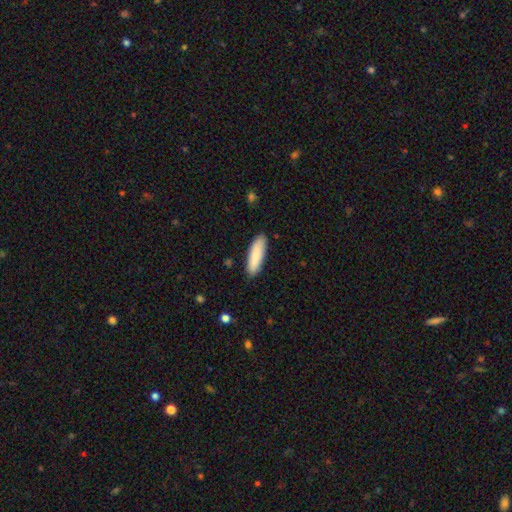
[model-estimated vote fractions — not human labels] Smooth or featured?
  - smooth: 88% *
  - featured or disk: 7%
  - star or artifact: 5%
How rounded?
  - cigar-shaped: 56% *
  - in between: 42%
  - round: 1%
Merging?
  - none: 88% *
  - minor disturbance: 9%
  - major disturbance: 2%
  - merger: 1%